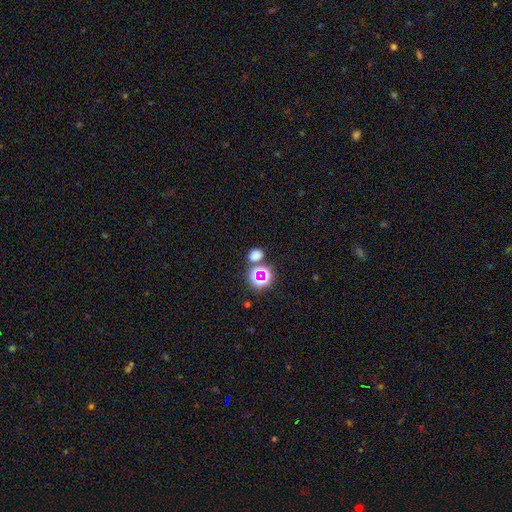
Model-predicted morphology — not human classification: type=smooth (65%); roundness=round (59%); merging=none (72%).